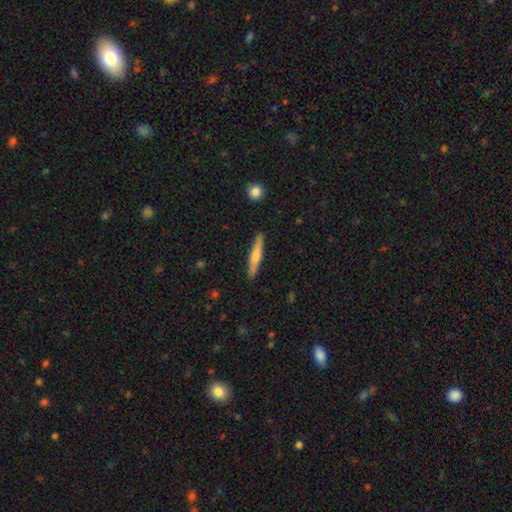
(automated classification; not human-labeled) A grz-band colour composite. It shows a smooth galaxy with no disk features (49%). Merging: none (90%).